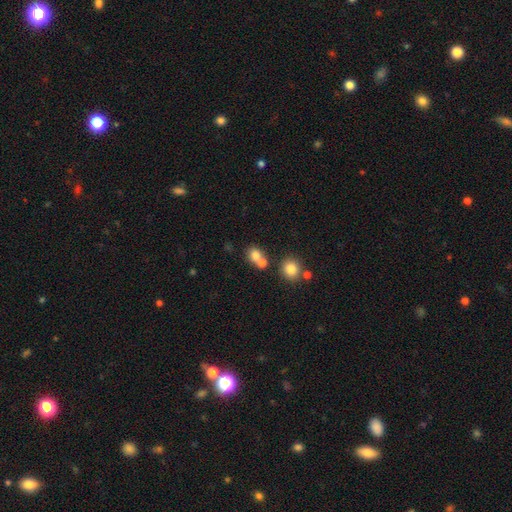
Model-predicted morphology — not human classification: smooth 76%, star or artifact 13%, featured or disk 11%. Down the decision tree: how rounded — round (75%); merging — none (47%).